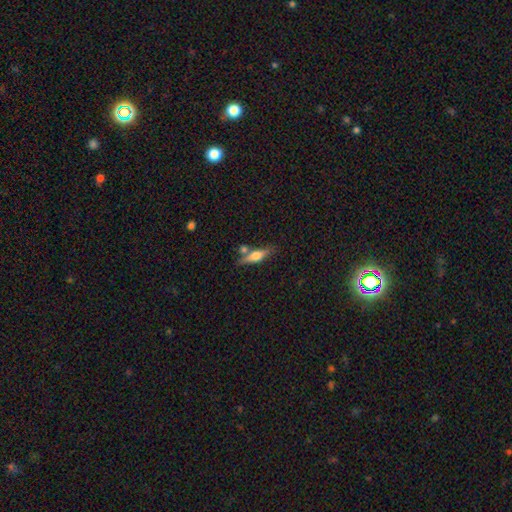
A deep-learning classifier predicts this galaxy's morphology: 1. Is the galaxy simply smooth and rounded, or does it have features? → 47% smooth, 45% featured or disk, 7% star or artifact.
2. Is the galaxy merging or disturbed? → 68% none, 15% merger, 13% minor disturbance, 4% major disturbance.